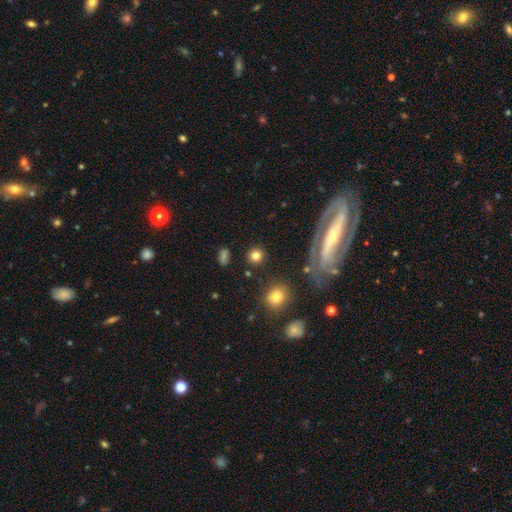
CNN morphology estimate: This appears to be a smooth galaxy with no disk features (78%) that is round (90%). Merging: none (86%).